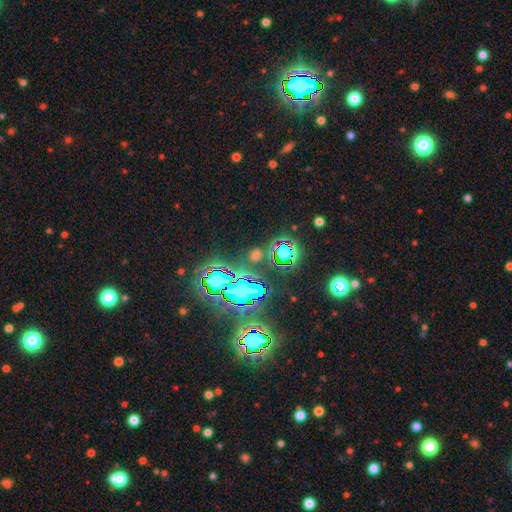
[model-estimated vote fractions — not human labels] The model was most divided on "smooth or featured": star or artifact: 68%, smooth: 23%, featured or disk: 9%.